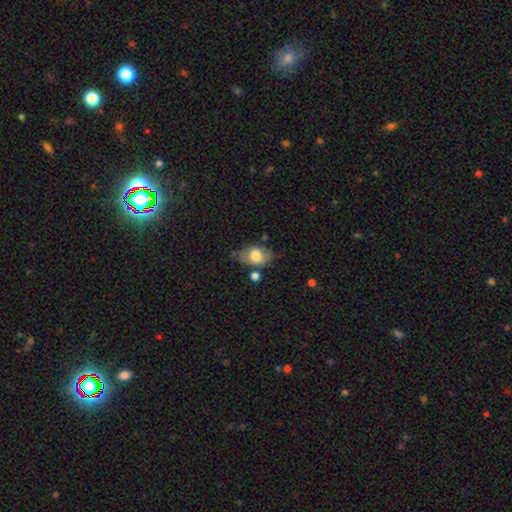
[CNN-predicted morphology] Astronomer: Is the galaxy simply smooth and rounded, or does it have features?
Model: smooth — 69%.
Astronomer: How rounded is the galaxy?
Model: in between — 84%.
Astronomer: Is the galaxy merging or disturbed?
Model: none — 59%.